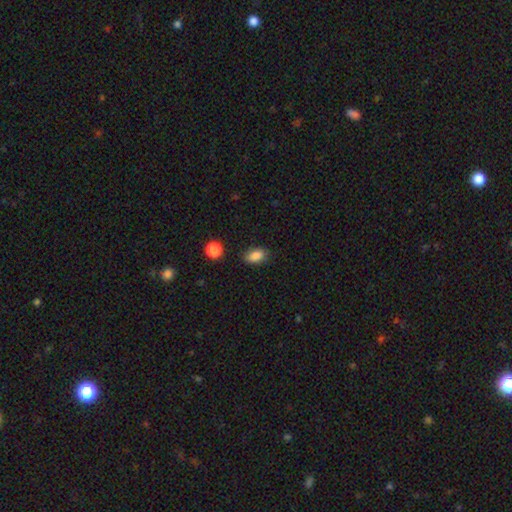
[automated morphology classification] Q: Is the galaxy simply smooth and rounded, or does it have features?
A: smooth — 86%.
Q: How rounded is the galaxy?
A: in between — 88%.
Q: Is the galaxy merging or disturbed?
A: none — 83%.